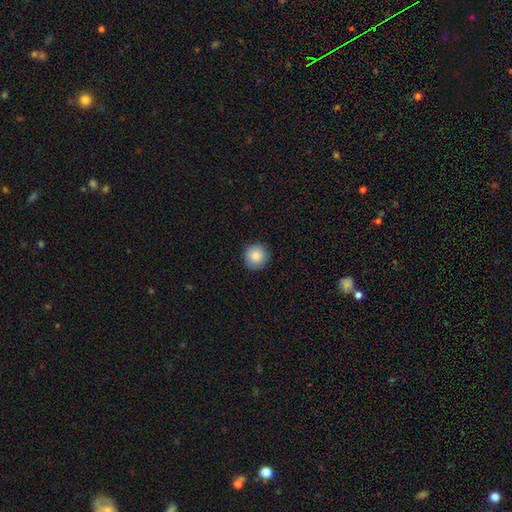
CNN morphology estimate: type=smooth (86%); roundness=round (94%); merging=none (89%).